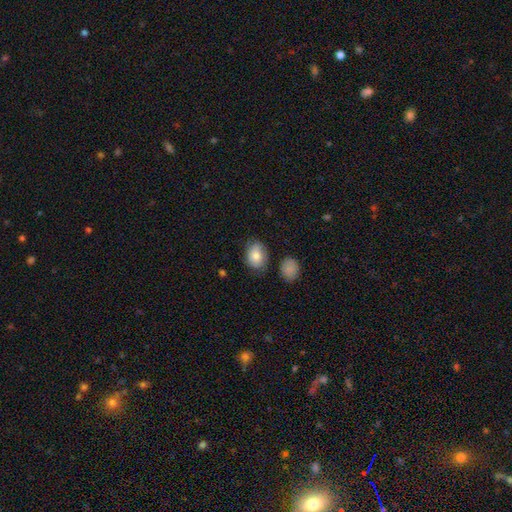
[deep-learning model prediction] smooth-or-featured: smooth: 82% | featured or disk: 10% | star or artifact: 8%
  how-rounded: in between: 74% | round: 25% | cigar-shaped: 1%
  merging: none: 70% | minor disturbance: 21% | major disturbance: 4% | merger: 4%